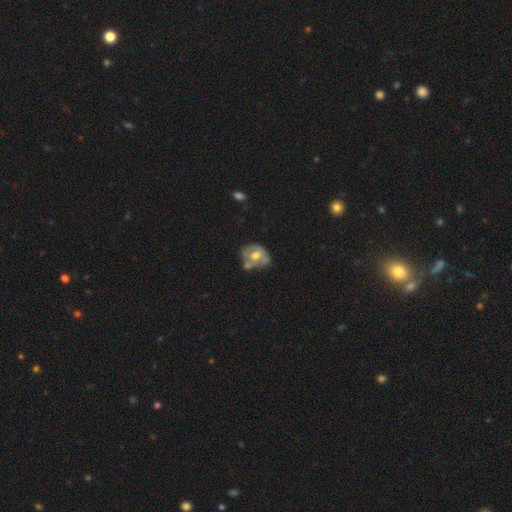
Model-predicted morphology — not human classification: smooth 49%, featured or disk 44%, star or artifact 7%. Down the decision tree: merging — none (33%).